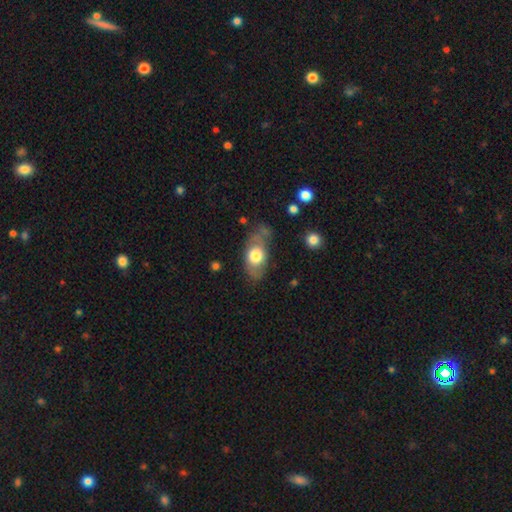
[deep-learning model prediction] A smooth galaxy with no disk features (65%) that is in between round and cigar-shaped (83%). Merging: none (63%).